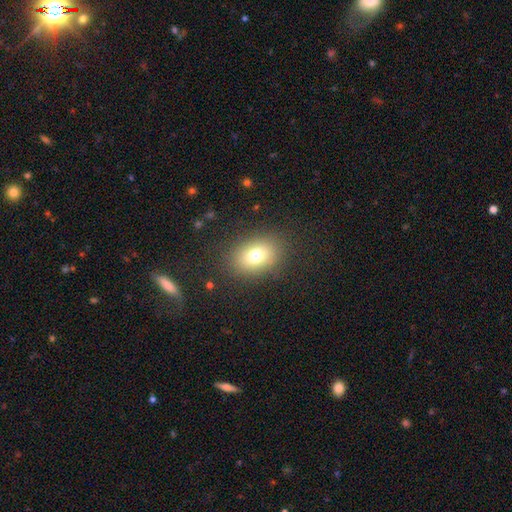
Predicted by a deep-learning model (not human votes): A smooth galaxy with no disk features (75%) that is in between round and cigar-shaped (68%). Merging: none (84%).